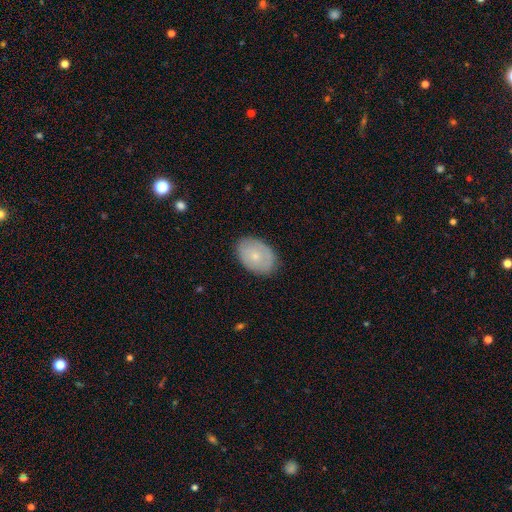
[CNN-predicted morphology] smooth_or_featured: smooth (p=0.66) [alt: featured or disk p=0.27]
how_rounded: in between (p=0.83) [alt: round p=0.16]
merging: none (p=0.84) [alt: minor disturbance p=0.12]